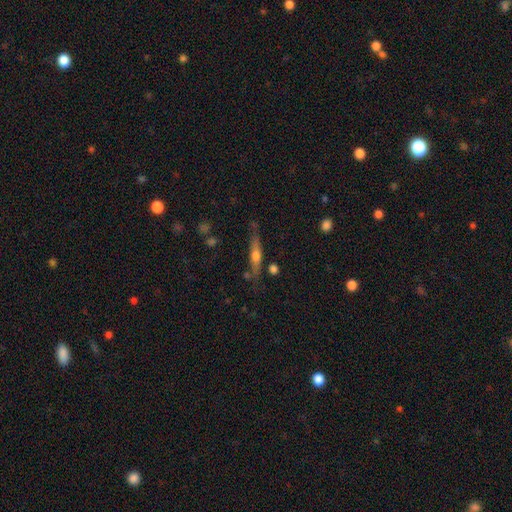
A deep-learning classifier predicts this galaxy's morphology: type=featured or disk (51%); edge-on=yes (91%); merging=none (71%).